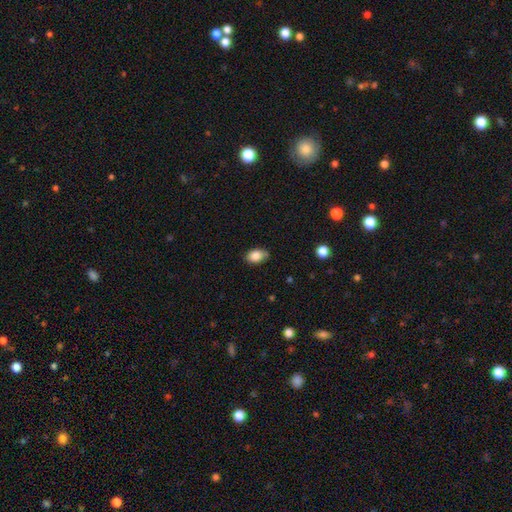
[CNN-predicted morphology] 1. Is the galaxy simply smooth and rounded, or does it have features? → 85% smooth, 8% star or artifact, 7% featured or disk.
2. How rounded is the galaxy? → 81% in between, 17% round, 1% cigar-shaped.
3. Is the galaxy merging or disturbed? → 75% none, 20% minor disturbance, 3% major disturbance, 2% merger.